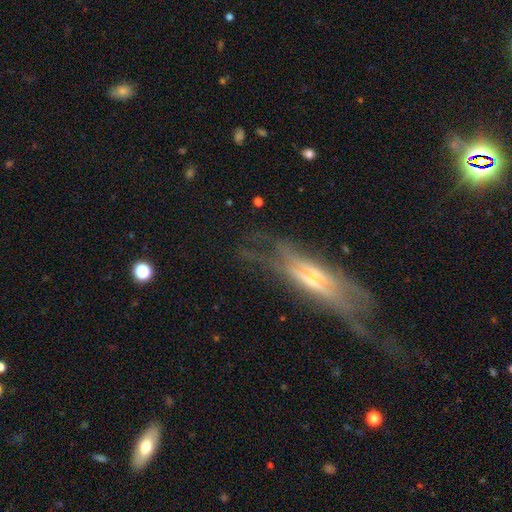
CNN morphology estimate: featured or disk 70%, smooth 19%, star or artifact 11%. Down the decision tree: edge-on disk — no (56%); merging — none (51%).